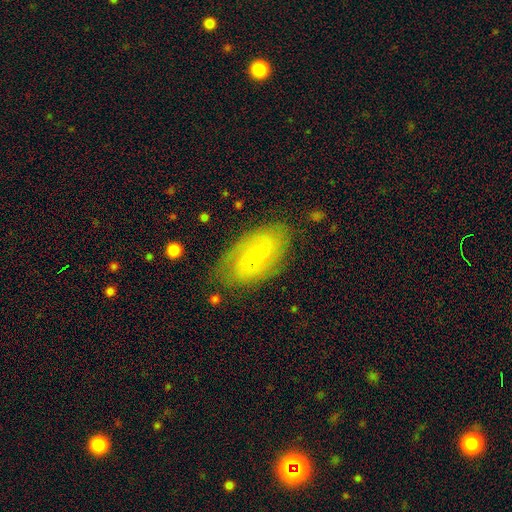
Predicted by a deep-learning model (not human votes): A featured or disk galaxy (56%) with no bar (52%), spiral arms (77%) and a small central bulge (78%). Merging: none (74%).